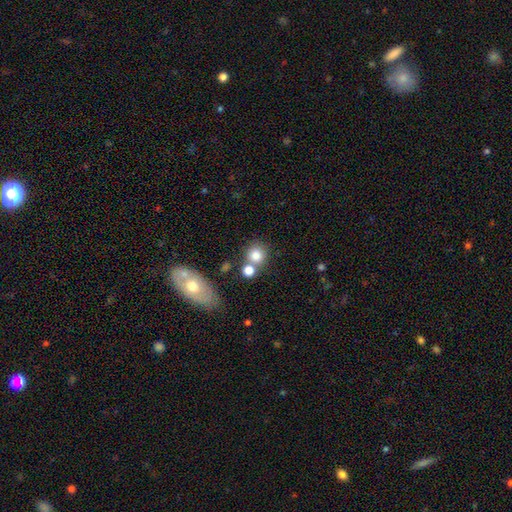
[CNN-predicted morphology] This appears to be a smooth galaxy with no disk features (79%) that is round (84%). Merging: none (58%).